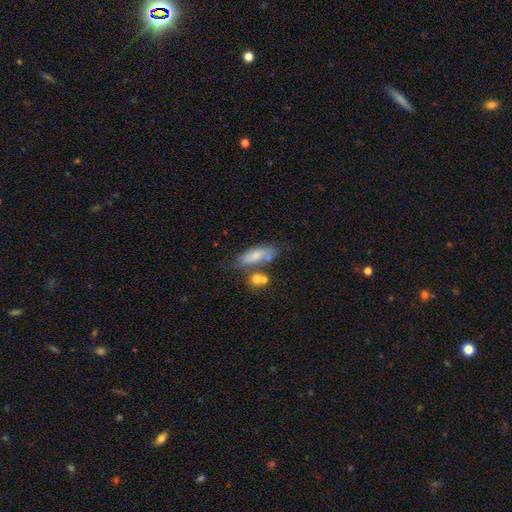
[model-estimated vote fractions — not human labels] smooth-or-featured: smooth: 64% | featured or disk: 28% | star or artifact: 8%
  how-rounded: in between: 68% | cigar-shaped: 28% | round: 4%
  merging: none: 47% | minor disturbance: 22% | merger: 22% | major disturbance: 10%